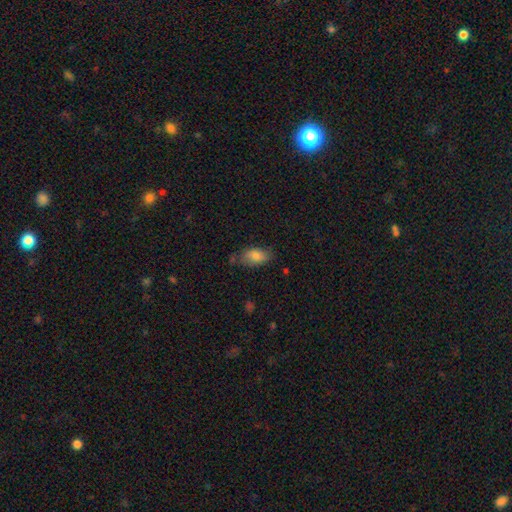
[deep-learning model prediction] Q: Smooth or featured?
A: smooth (78%); runner-up: featured or disk (14%)
Q: How rounded?
A: in between (92%); runner-up: round (5%)
Q: Merging?
A: none (65%); runner-up: minor disturbance (25%)